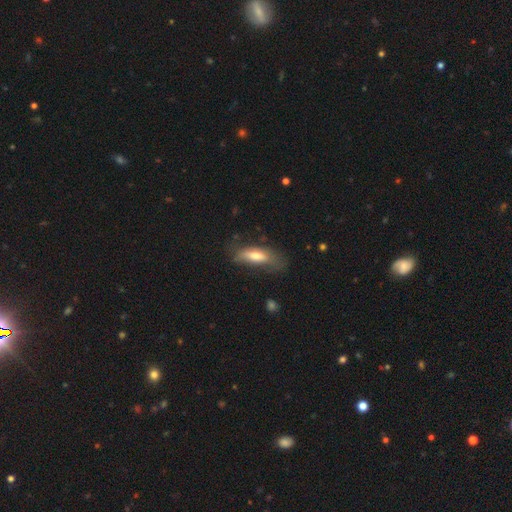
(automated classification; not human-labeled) A smooth galaxy with no disk features (66%) that is in between round and cigar-shaped (57%).

Vote fractions:
- Smooth or featured? smooth: 66% / featured or disk: 26% / star or artifact: 7%
- How rounded? in between: 57% / cigar-shaped: 41% / round: 2%
- Merging? none: 48% / minor disturbance: 30% / major disturbance: 19% / merger: 3%